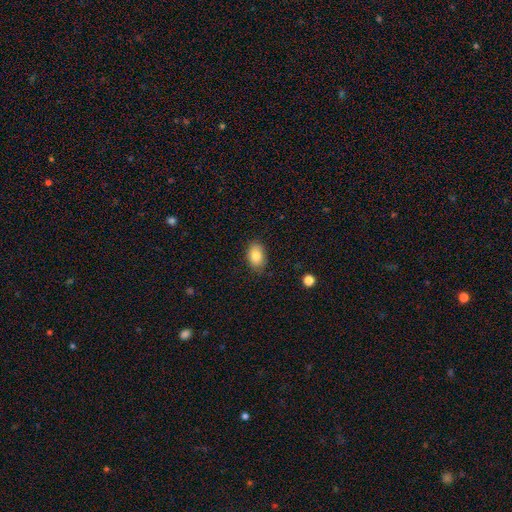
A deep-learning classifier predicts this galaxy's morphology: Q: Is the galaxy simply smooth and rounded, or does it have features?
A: smooth — 84%.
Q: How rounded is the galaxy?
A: in between — 85%.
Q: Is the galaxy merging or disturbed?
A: none — 83%.